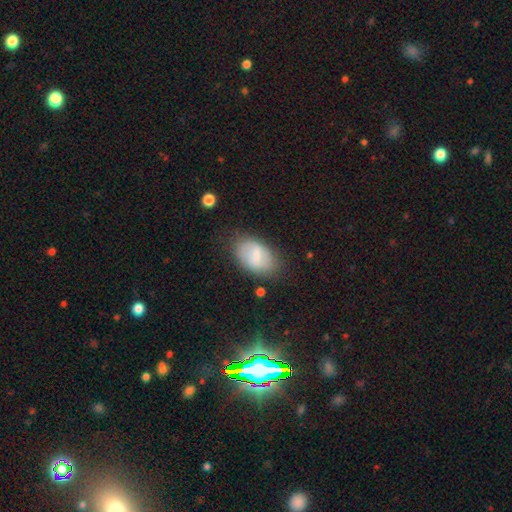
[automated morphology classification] smooth 62%, featured or disk 31%, star or artifact 8%. Down the decision tree: how rounded — in between (90%); merging — none (69%).